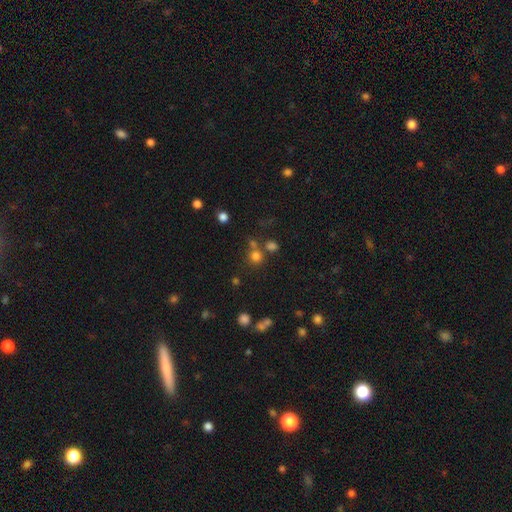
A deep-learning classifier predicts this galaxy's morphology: Q: Smooth or featured?
A: smooth (53%); runner-up: star or artifact (38%)
Q: How rounded?
A: round (91%); runner-up: in between (8%)
Q: Merging?
A: none (69%); runner-up: merger (20%)